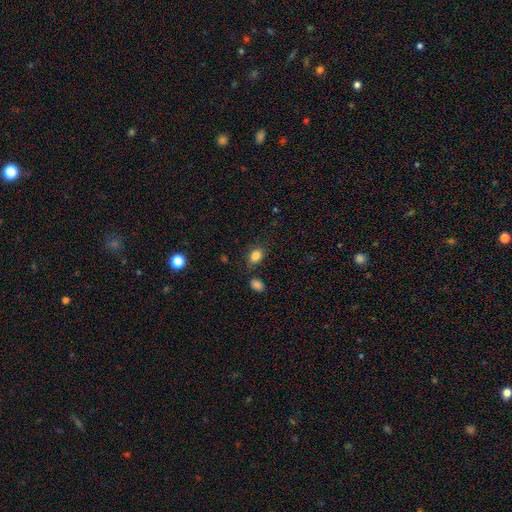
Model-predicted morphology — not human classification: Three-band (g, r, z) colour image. It shows a smooth galaxy with no disk features (84%) that is in between round and cigar-shaped (76%). Merging: none (76%).